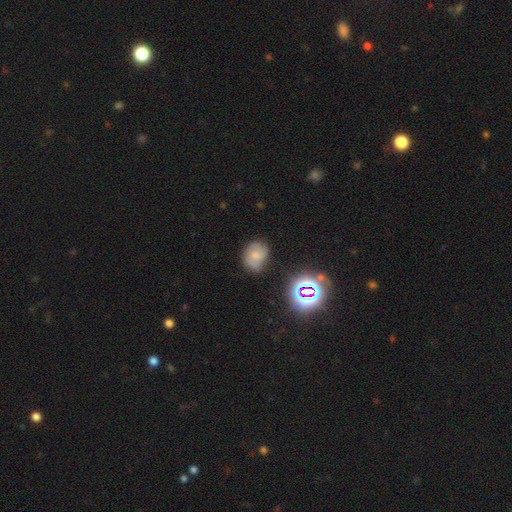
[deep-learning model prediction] Smooth or featured?
  - smooth: 54% *
  - featured or disk: 31%
  - star or artifact: 16%
How rounded?
  - in between: 54% *
  - round: 45%
  - cigar-shaped: 1%
Merging?
  - none: 62% *
  - minor disturbance: 27%
  - major disturbance: 8%
  - merger: 4%